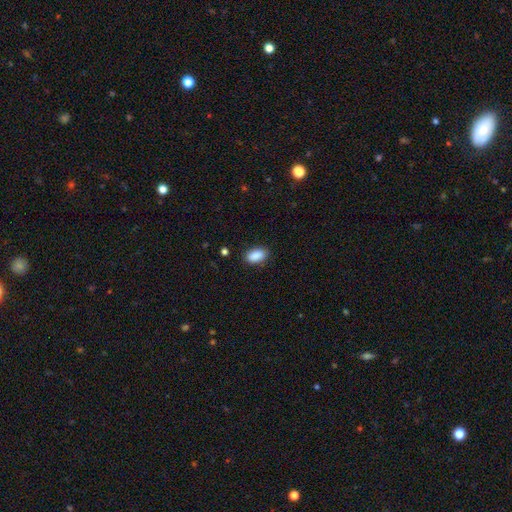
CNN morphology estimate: Smooth or featured: smooth — 89% (star or artifact — 7%)
How rounded: in between — 92% (round — 6%)
Merging: none — 86% (minor disturbance — 10%)